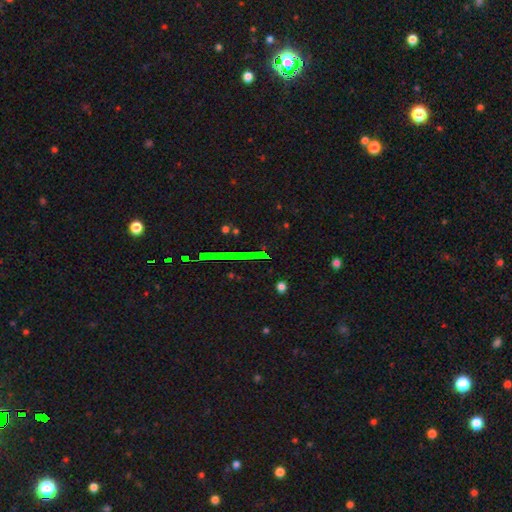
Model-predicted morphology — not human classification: Smooth or featured?
  - star or artifact: 63% *
  - featured or disk: 20%
  - smooth: 16%